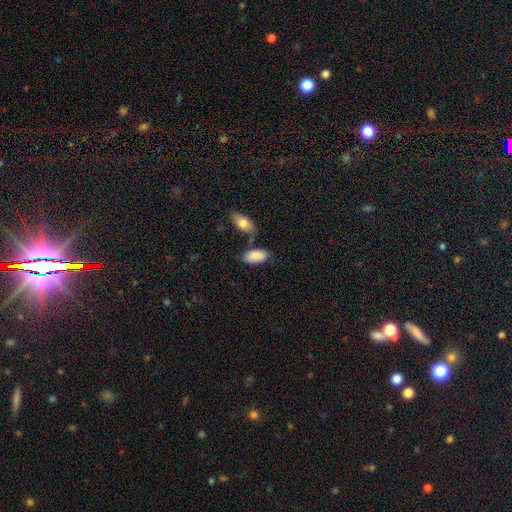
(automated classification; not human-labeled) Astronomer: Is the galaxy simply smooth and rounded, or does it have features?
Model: smooth — 89%.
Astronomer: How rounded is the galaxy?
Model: in between — 94%.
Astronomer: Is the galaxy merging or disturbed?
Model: none — 70%.